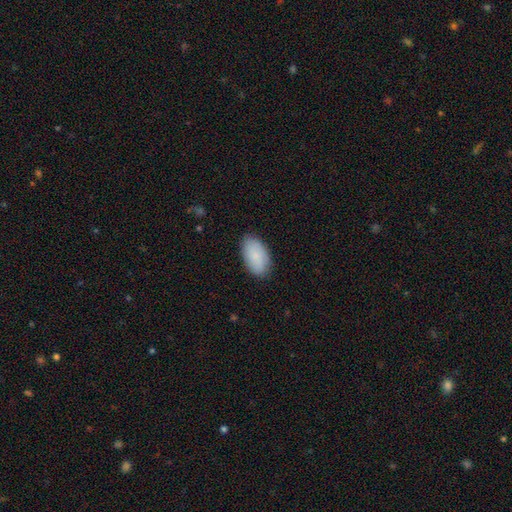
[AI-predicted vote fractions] A smooth galaxy with no disk features (87%) that is in between round and cigar-shaped (95%).

Vote fractions:
- Smooth or featured? smooth: 87% / featured or disk: 7% / star or artifact: 6%
- How rounded? in between: 95% / round: 3% / cigar-shaped: 2%
- Merging? none: 85% / minor disturbance: 12% / major disturbance: 2% / merger: 1%